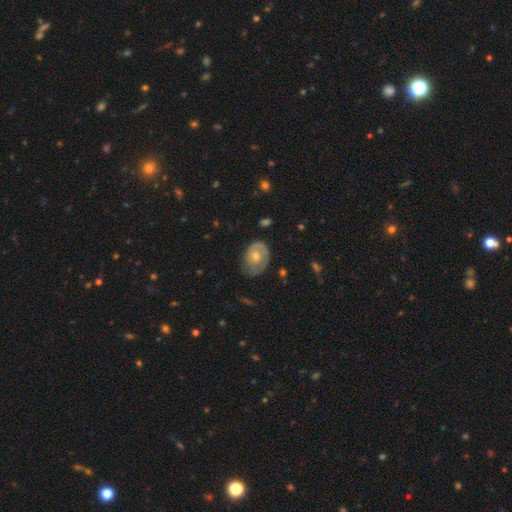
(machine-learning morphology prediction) Smooth or featured? featured or disk (60%)
Edge-on disk? no (95%)
Bar? no (86%)
Spiral arms? yes (64%)
Bulge size? moderate (57%)
Merging? none (64%)